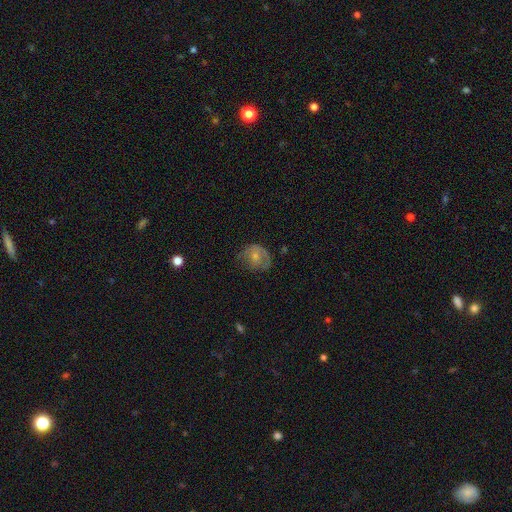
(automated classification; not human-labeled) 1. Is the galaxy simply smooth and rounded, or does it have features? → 52% smooth, 40% featured or disk, 9% star or artifact.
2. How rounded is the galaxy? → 58% round, 41% in between, 1% cigar-shaped.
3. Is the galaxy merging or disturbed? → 44% none, 31% minor disturbance, 24% major disturbance, 2% merger.